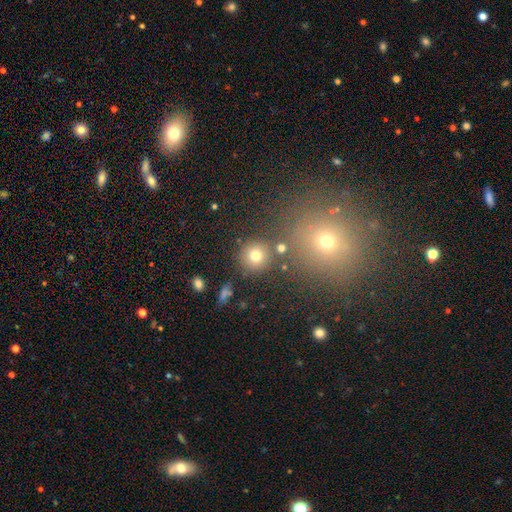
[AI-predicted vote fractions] A smooth galaxy with no disk features (75%) that is round (91%). Merging: none (79%).